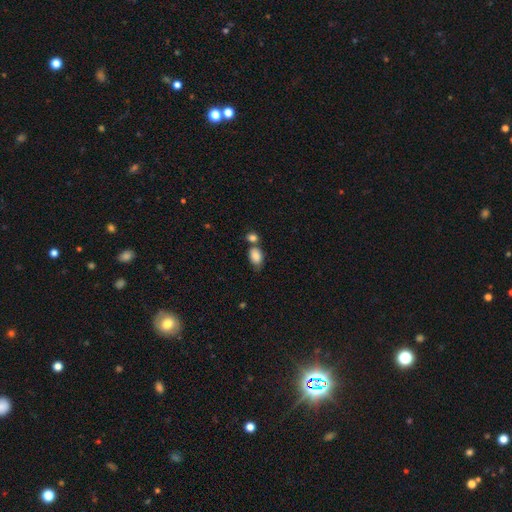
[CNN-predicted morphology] smooth 86%, star or artifact 8%, featured or disk 7%. Down the decision tree: how rounded — in between (87%); merging — none (42%).